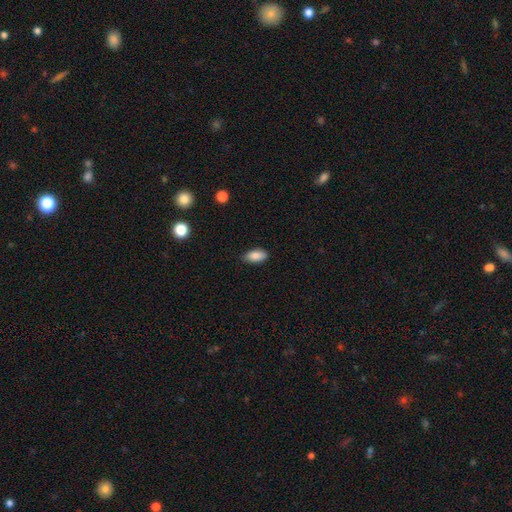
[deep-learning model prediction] This is clearly a smooth galaxy (87%). How rounded: clearly in between (90%). Merging: clearly none (86%).